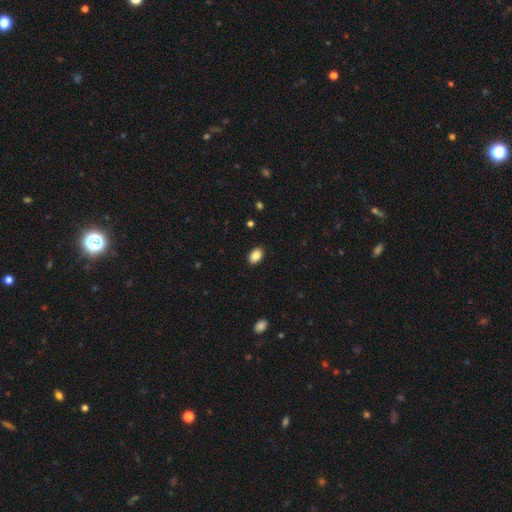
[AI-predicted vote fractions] Smooth or featured? smooth (88%)
How rounded? in between (86%)
Merging? none (89%)